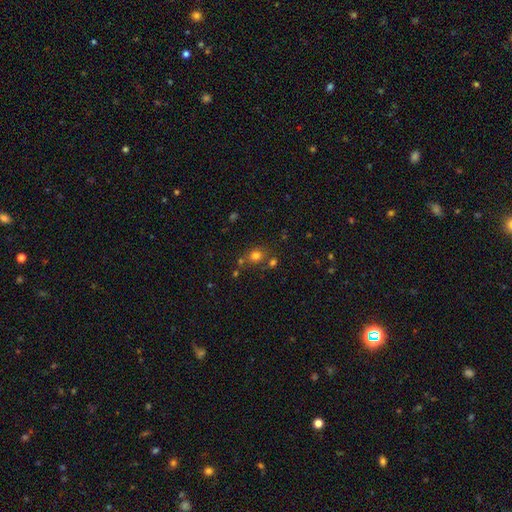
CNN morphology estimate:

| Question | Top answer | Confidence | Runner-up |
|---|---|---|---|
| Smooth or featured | smooth | 74% | star or artifact (17%) |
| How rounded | round | 71% | in between (28%) |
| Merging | none | 67% | merger (17%) |